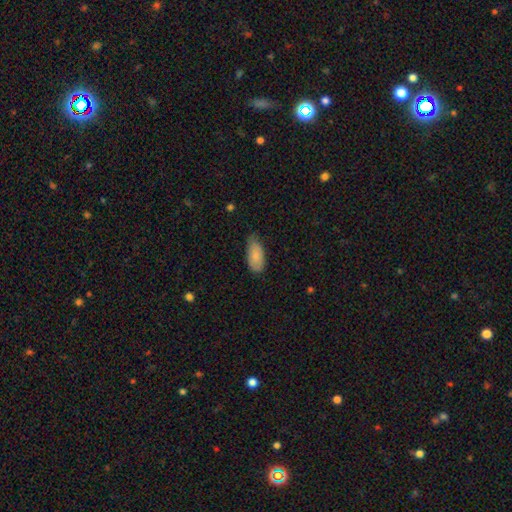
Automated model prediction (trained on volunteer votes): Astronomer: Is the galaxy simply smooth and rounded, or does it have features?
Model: smooth — 82%.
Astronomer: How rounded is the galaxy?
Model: in between — 91%.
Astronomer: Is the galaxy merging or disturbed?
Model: none — 60%.